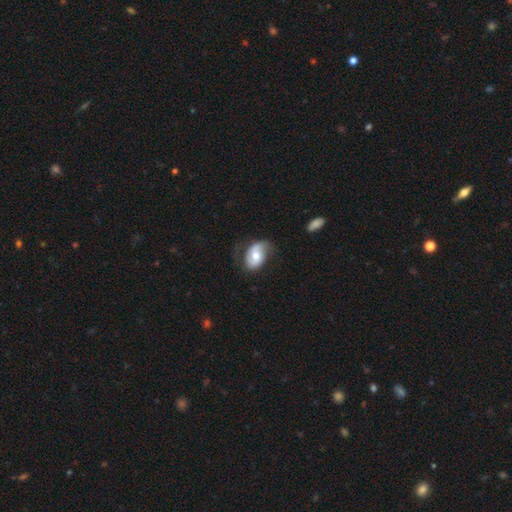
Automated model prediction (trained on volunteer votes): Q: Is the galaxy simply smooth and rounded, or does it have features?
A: featured or disk — 50%.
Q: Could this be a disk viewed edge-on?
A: no — 95%.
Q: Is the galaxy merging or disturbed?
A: none — 55%.